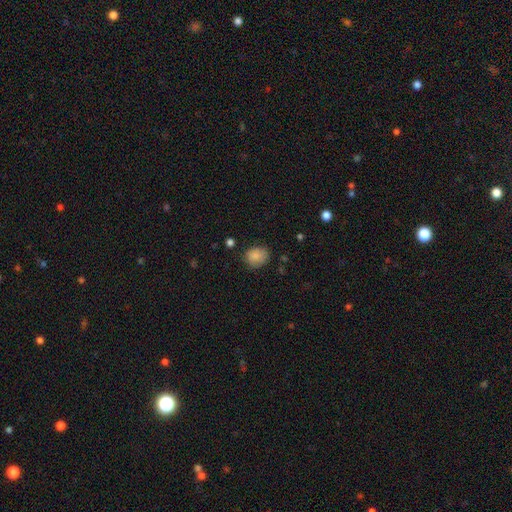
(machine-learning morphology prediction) smooth-or-featured: smooth: 85% | star or artifact: 9% | featured or disk: 6%
  how-rounded: round: 63% | in between: 36% | cigar-shaped: 1%
  merging: none: 74% | minor disturbance: 20% | major disturbance: 5% | merger: 2%